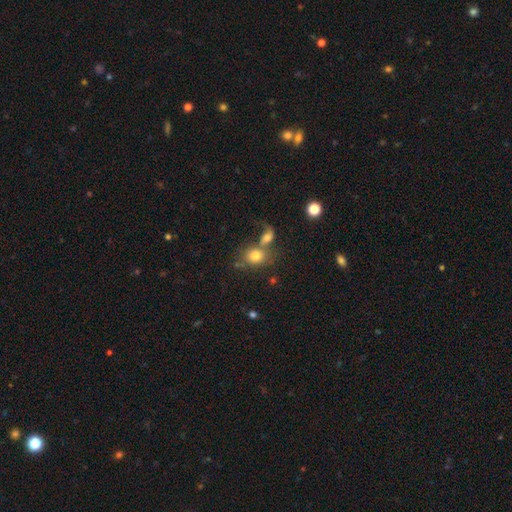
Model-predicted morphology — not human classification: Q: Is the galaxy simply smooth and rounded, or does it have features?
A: smooth — 75%.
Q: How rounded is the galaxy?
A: round — 63%.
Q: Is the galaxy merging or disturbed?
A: merger — 49%.